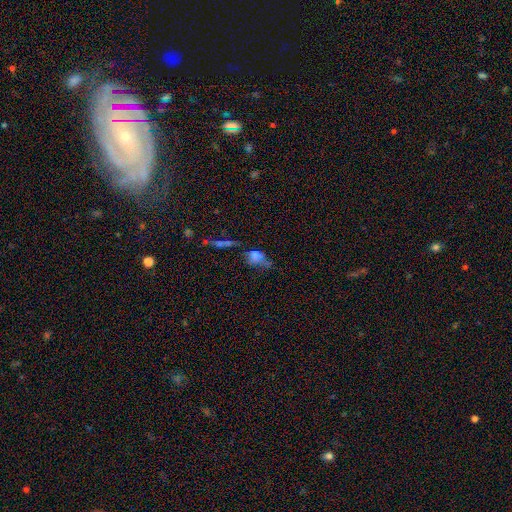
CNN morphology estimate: This appears to be a smooth galaxy with no disk features (55%) that is in between round and cigar-shaped (75%). Merging: none (30%).